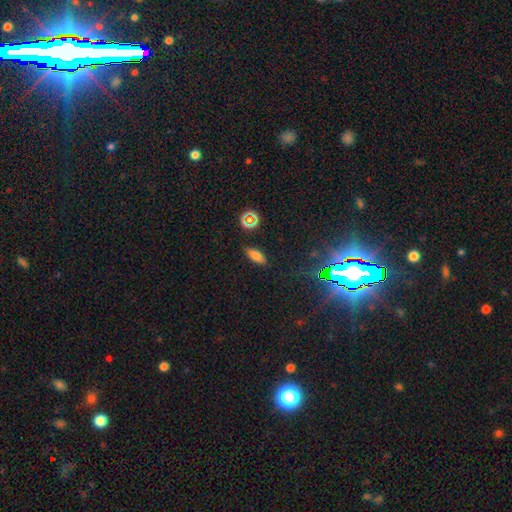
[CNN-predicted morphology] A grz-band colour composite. It shows a smooth galaxy with no disk features (72%) that is in between round and cigar-shaped (67%). Merging: none (85%).